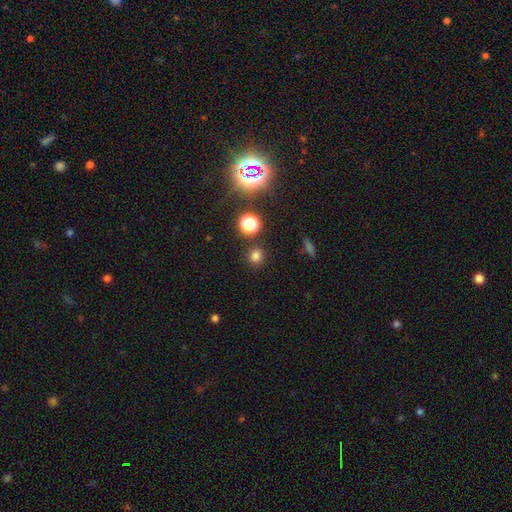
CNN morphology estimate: A smooth galaxy with no disk features (75%) that is round (89%). Merging: none (88%).